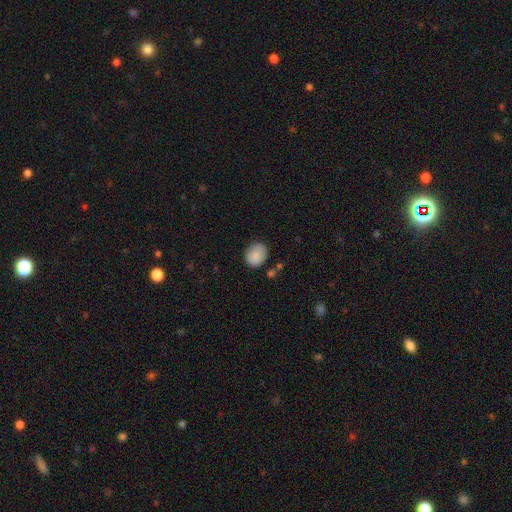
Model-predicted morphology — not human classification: Smooth or featured? smooth (86%)
How rounded? round (61%)
Merging? none (76%)